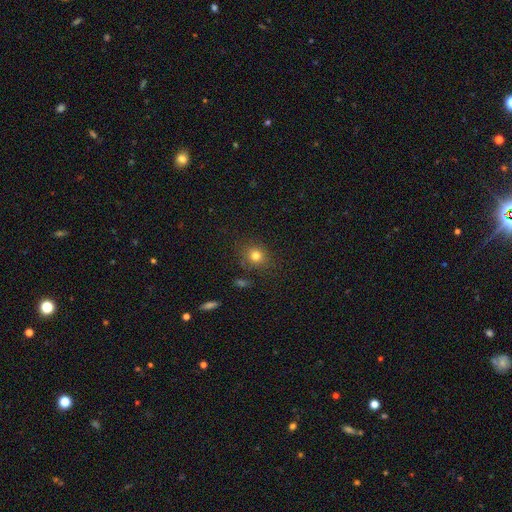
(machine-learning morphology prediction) A smooth galaxy with no disk features (78%) that is round (74%). Merging: none (80%).